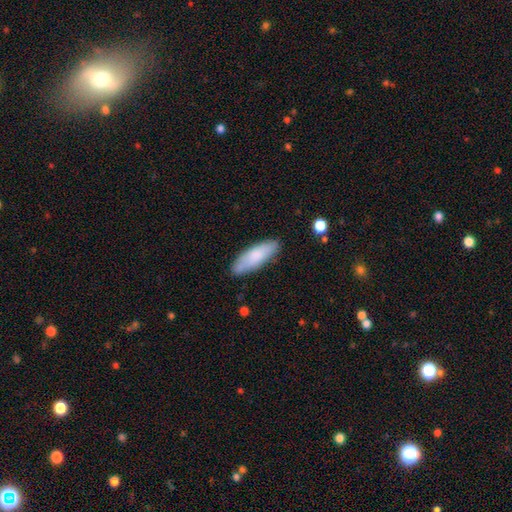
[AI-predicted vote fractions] This appears to be a smooth galaxy with no disk features (80%) that is in between round and cigar-shaped (57%). Merging: none (83%).